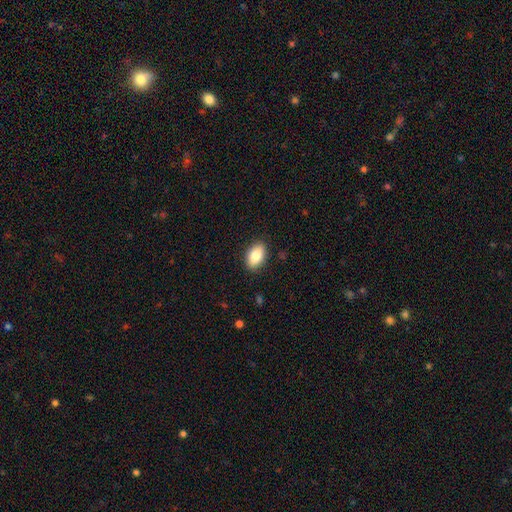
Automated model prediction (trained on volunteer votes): Smooth or featured? smooth (82%)
How rounded? in between (91%)
Merging? none (88%)